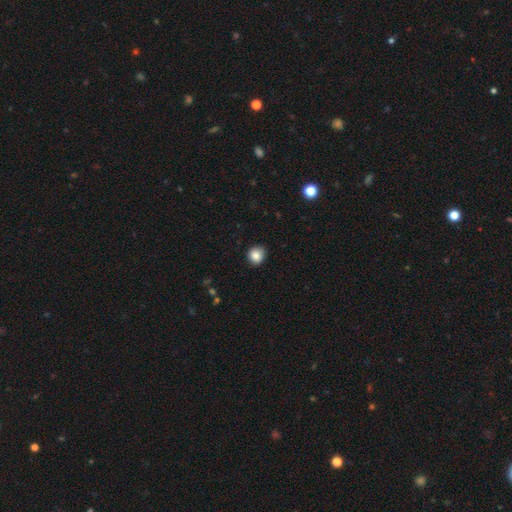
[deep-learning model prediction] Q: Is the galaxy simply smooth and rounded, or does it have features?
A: smooth — 85%.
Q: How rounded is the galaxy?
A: round — 81%.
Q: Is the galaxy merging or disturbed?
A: none — 84%.